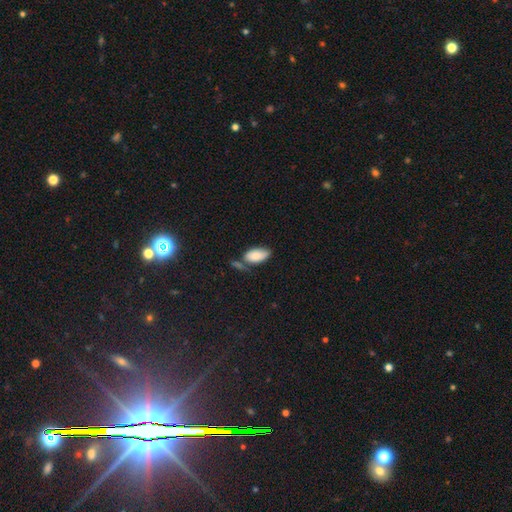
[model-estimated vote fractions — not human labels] smooth-or-featured: smooth: 84% | featured or disk: 9% | star or artifact: 7%
  how-rounded: in between: 94% | cigar-shaped: 4% | round: 3%
  merging: none: 47% | minor disturbance: 23% | merger: 22% | major disturbance: 8%